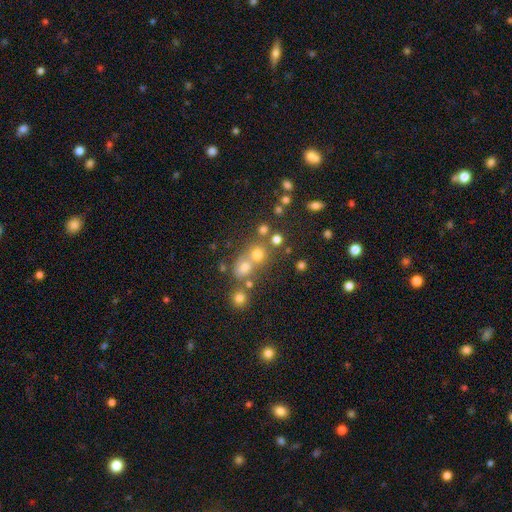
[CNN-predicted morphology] smooth_or_featured: smooth (p=0.58) [alt: star or artifact p=0.27]
how_rounded: round (p=0.82) [alt: in between p=0.17]
merging: none (p=0.48) [alt: merger p=0.40]